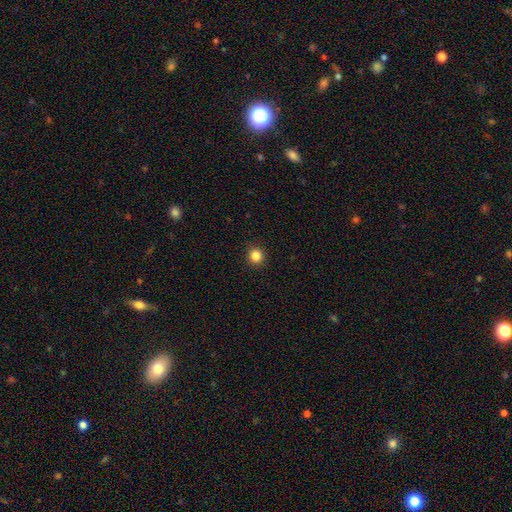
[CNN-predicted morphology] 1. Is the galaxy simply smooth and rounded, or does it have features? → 85% smooth, 11% star or artifact, 4% featured or disk.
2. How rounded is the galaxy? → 90% round, 9% in between, 1% cigar-shaped.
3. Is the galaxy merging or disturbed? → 92% none, 5% minor disturbance, 2% major disturbance, 1% merger.